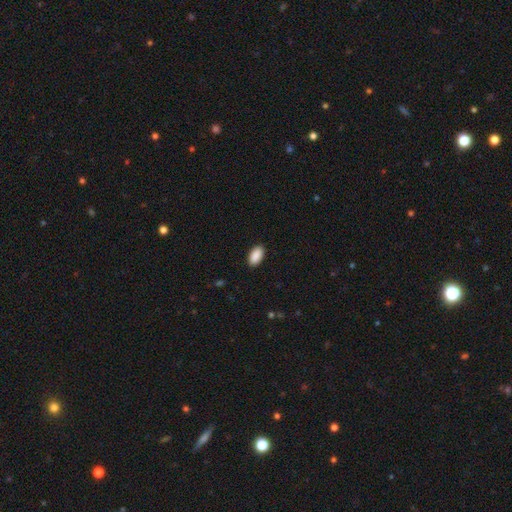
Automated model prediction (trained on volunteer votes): smooth_or_featured: smooth (p=0.91) [alt: star or artifact p=0.07]
how_rounded: in between (p=0.95) [alt: round p=0.03]
merging: none (p=0.90) [alt: minor disturbance p=0.08]